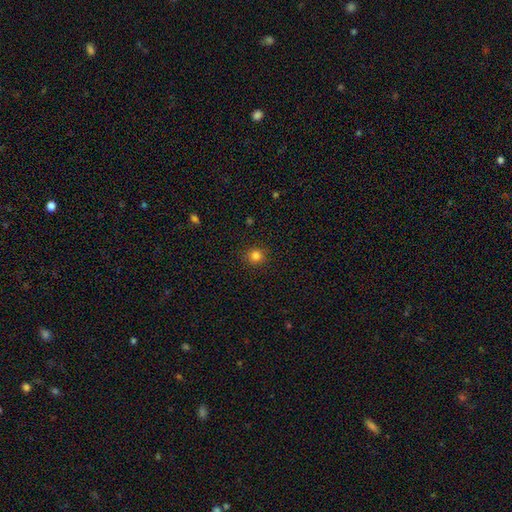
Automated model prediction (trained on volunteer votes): Smooth or featured? smooth (82%)
How rounded? round (90%)
Merging? none (90%)